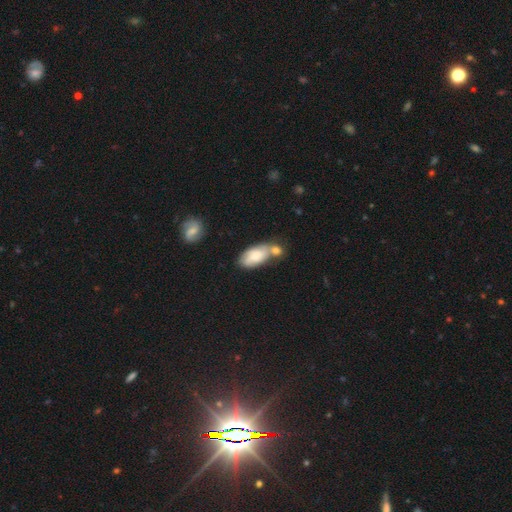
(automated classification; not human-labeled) The model was most divided on "merging": merger: 40%, none: 34%, minor disturbance: 19%, major disturbance: 7%. More confident: how rounded — in between (89%); smooth or featured — smooth (65%).